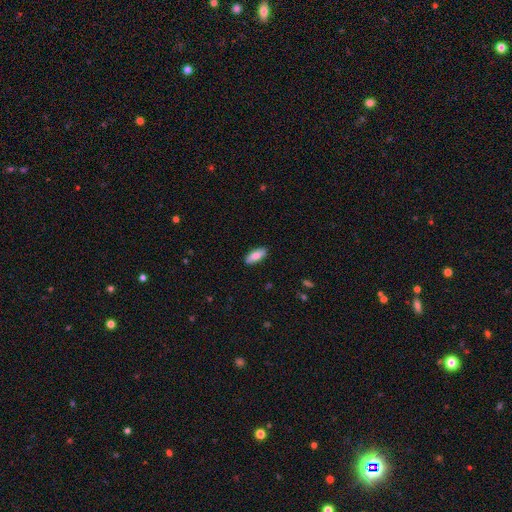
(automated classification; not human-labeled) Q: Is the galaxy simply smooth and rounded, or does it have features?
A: smooth — 83%.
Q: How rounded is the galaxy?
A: in between — 80%.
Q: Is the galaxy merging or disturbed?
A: none — 90%.